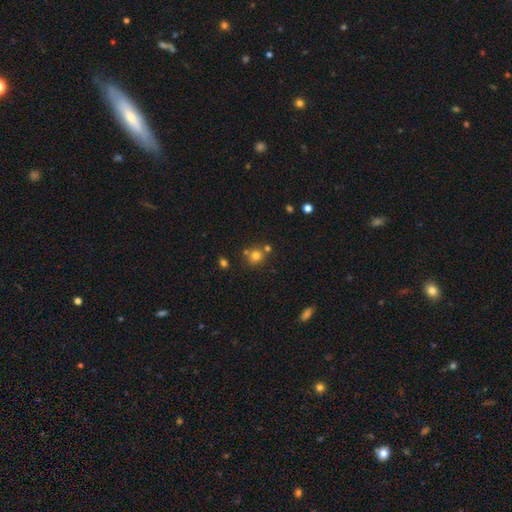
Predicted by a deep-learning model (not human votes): This is likely a smooth galaxy (74%). How rounded: clearly round (82%). Merging: likely none (67%).